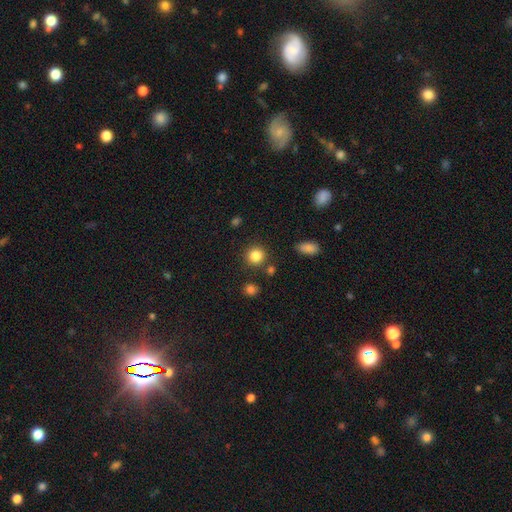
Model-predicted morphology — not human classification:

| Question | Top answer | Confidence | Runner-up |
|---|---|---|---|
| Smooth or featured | smooth | 85% | star or artifact (10%) |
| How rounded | round | 91% | in between (8%) |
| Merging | none | 85% | minor disturbance (8%) |